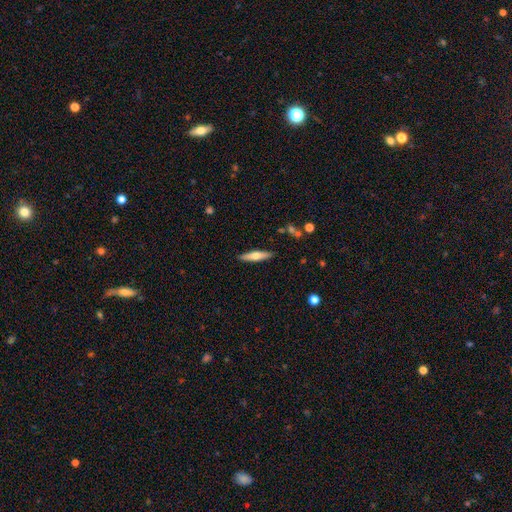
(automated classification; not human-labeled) smooth-or-featured: smooth: 53% | featured or disk: 41% | star or artifact: 6%
  how-rounded: cigar-shaped: 79% | in between: 19% | round: 2%
  merging: none: 89% | minor disturbance: 8% | major disturbance: 2% | merger: 2%